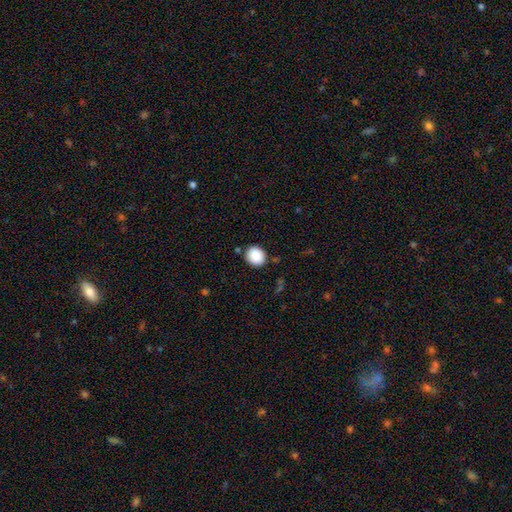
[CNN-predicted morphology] Smooth or featured?
  - smooth: 89% *
  - star or artifact: 8%
  - featured or disk: 3%
How rounded?
  - round: 78% *
  - in between: 21%
  - cigar-shaped: 1%
Merging?
  - none: 87% *
  - minor disturbance: 8%
  - major disturbance: 2%
  - merger: 2%